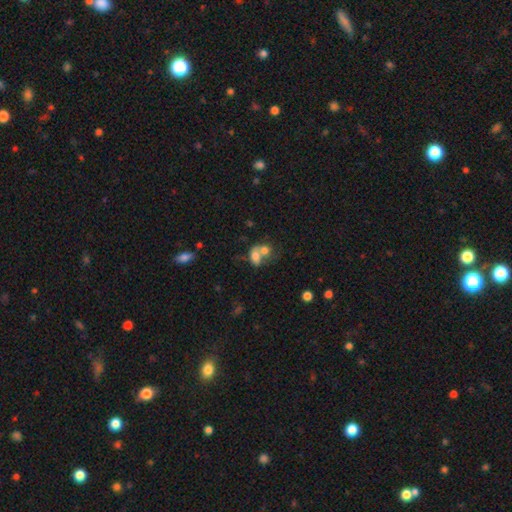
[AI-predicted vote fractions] This appears to be a smooth galaxy with no disk features (71%) that is in between round and cigar-shaped (72%). Merging: merger (65%).